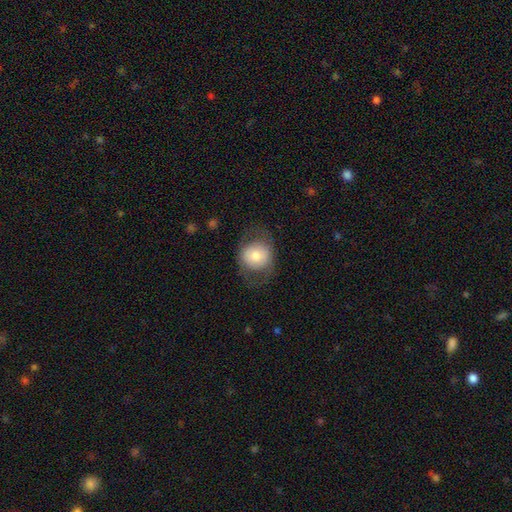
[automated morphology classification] smooth_or_featured: smooth (p=0.65) [alt: featured or disk p=0.27]
how_rounded: round (p=0.78) [alt: in between p=0.21]
merging: none (p=0.71) [alt: minor disturbance p=0.16]